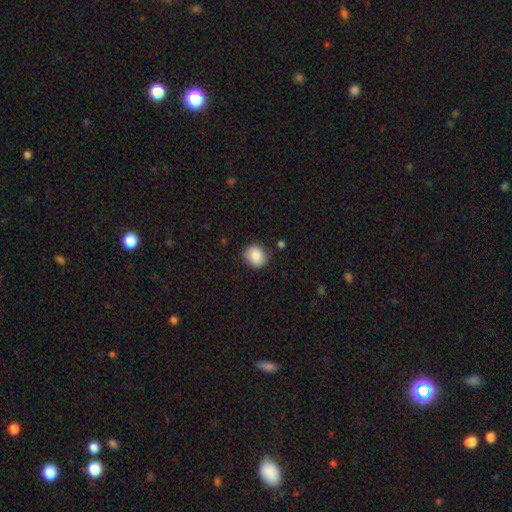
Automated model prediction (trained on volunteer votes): Smooth or featured? Predicted: smooth (p=0.88). How rounded? Predicted: round (p=0.69). Merging? Predicted: none (p=0.81).